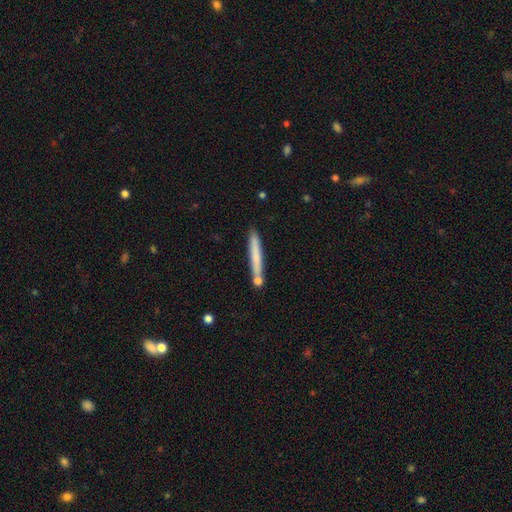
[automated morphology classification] Smooth or featured: smooth — 67% (featured or disk — 26%)
How rounded: cigar-shaped — 96% (in between — 2%)
Merging: none — 79% (minor disturbance — 11%)